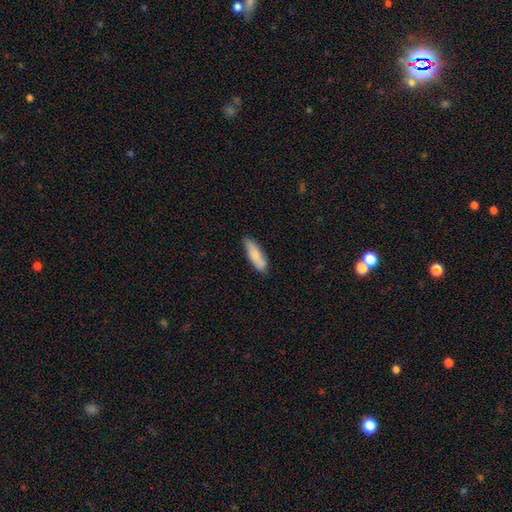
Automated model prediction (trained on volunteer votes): smooth 82%, featured or disk 12%, star or artifact 6%. Down the decision tree: how rounded — cigar-shaped (57%); merging — none (79%).